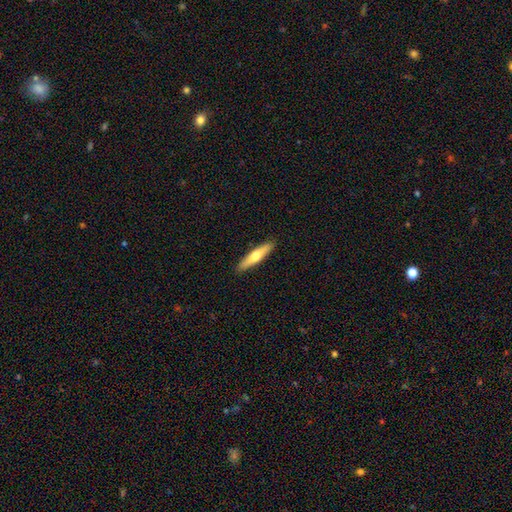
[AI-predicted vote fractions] A smooth galaxy with no disk features (57%) that is cigar-shaped (84%).

Vote fractions:
- Smooth or featured? smooth: 57% / featured or disk: 38% / star or artifact: 5%
- How rounded? cigar-shaped: 84% / in between: 15% / round: 1%
- Merging? none: 91% / minor disturbance: 7% / major disturbance: 1% / merger: 1%